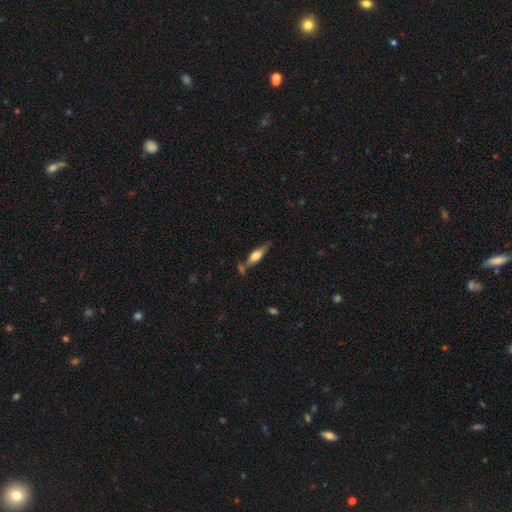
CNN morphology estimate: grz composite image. It shows a smooth galaxy with no disk features (55%) that is cigar-shaped (50%). Merging: none (56%).